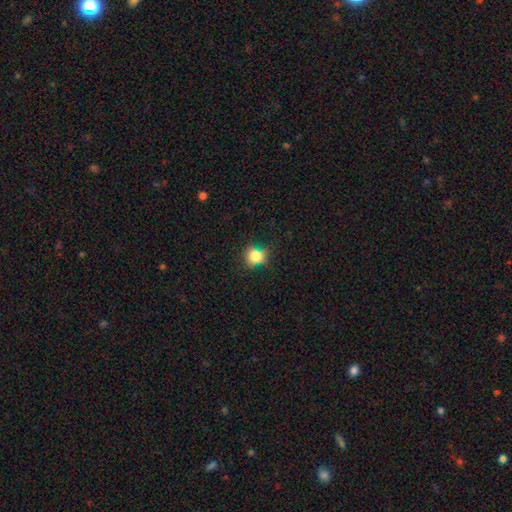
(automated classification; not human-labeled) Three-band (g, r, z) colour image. It shows a smooth galaxy with no disk features (77%) that is round (77%). Merging: none (69%).